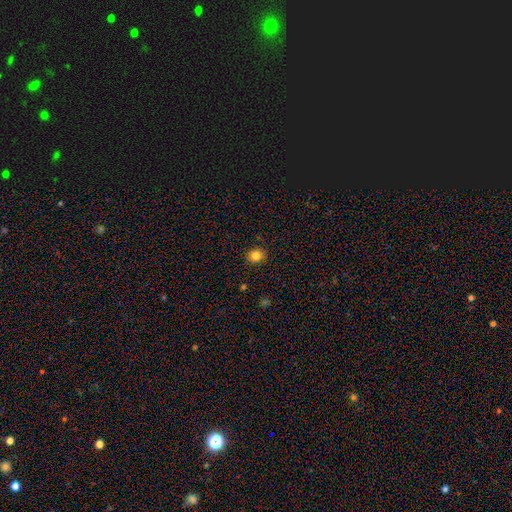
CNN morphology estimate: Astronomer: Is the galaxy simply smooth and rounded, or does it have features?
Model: smooth — 82%.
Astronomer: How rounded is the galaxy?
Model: round — 81%.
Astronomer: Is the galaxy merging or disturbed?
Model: none — 91%.